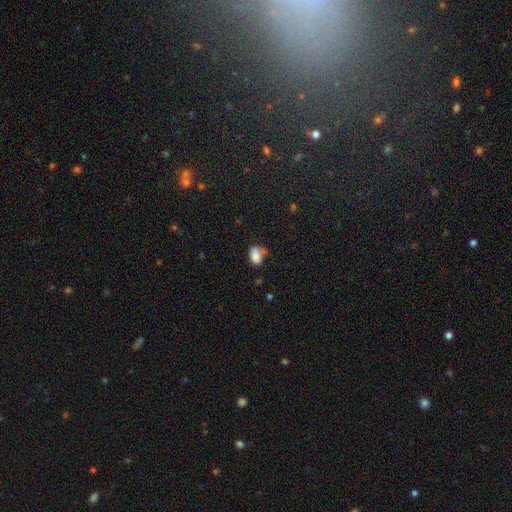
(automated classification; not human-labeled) Smooth or featured? smooth (83%)
How rounded? in between (83%)
Merging? none (46%)